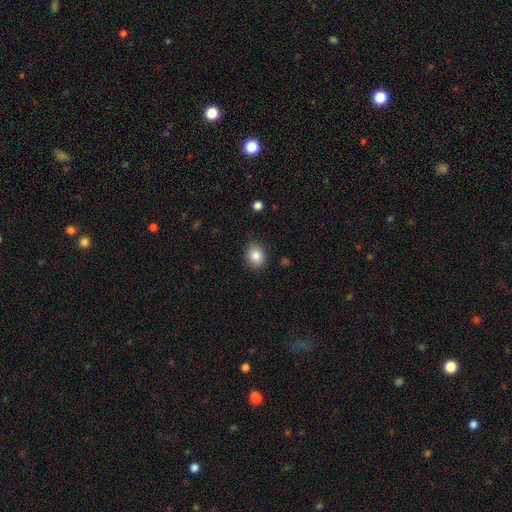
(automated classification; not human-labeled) Morphology: type=smooth (85%); roundness=round (55%); merging=none (84%).